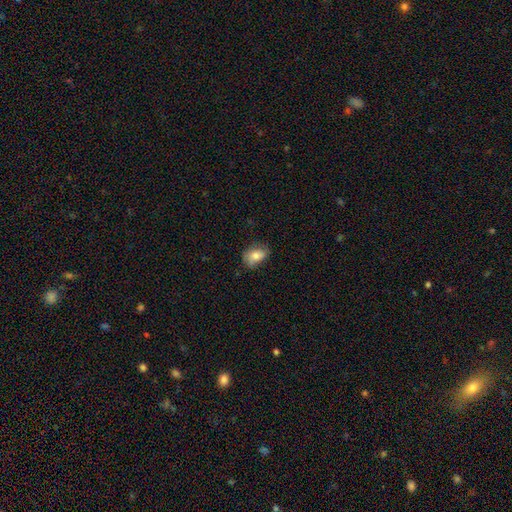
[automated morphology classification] Overall: smooth (73%). How rounded: in between (80%). Merging: none (64%; minor disturbance 28%).